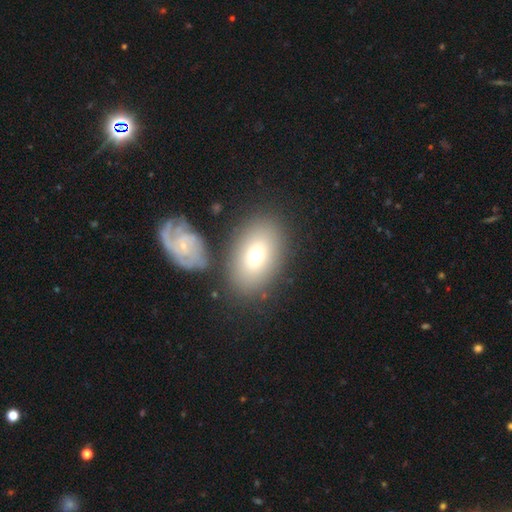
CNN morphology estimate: This appears to be a smooth galaxy with no disk features (64%) that is in between round and cigar-shaped (85%). Merging: none (72%).